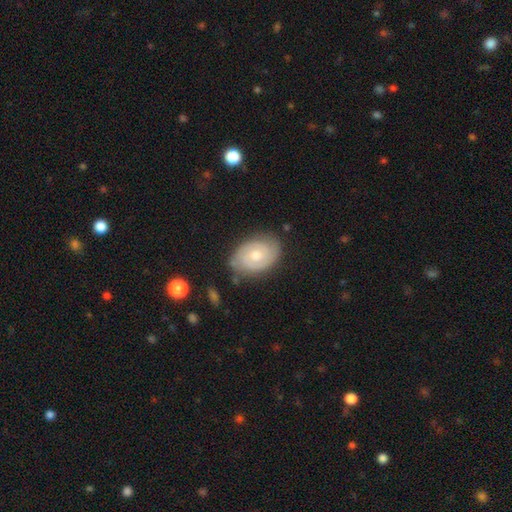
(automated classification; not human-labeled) Smooth or featured: featured or disk — 73% (smooth — 21%)
Edge-on disk: no — 97% (yes — 3%)
Bar: no — 69% (weak — 27%)
Spiral arms: yes — 88% (no — 12%)
Spiral winding: tight — 67% (medium — 26%)
Spiral arm count: 2 — 68% (can't tell — 20%)
Bulge size: moderate — 62% (small — 31%)
Merging: none — 76% (minor disturbance — 18%)